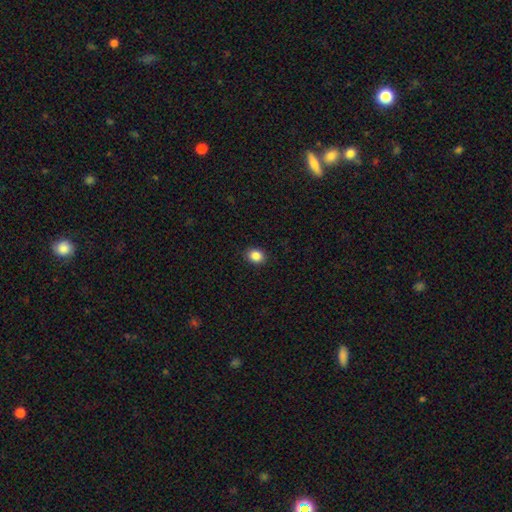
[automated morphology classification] Overall: smooth (86%). How rounded: round (51%; in between 48%). Merging: none (90%).